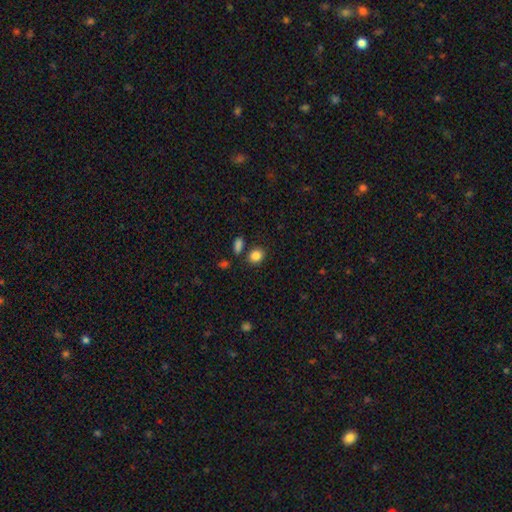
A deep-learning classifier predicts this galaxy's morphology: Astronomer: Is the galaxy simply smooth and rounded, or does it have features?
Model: smooth — 86%.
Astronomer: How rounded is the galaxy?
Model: round — 61% (runner-up: in between, 38%).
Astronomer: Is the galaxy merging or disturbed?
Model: none — 79%.